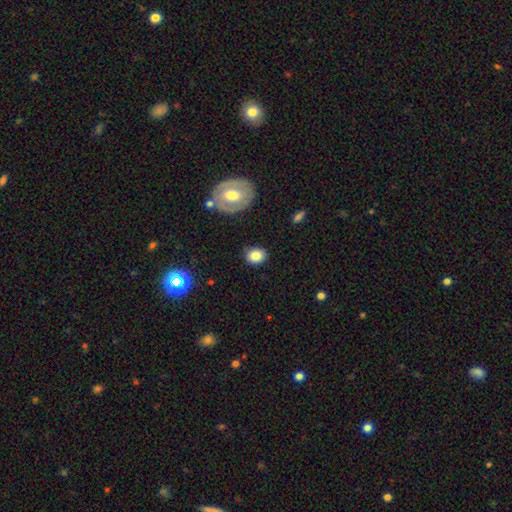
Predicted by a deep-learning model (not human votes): Smooth or featured?
  - smooth: 83% *
  - star or artifact: 9%
  - featured or disk: 9%
How rounded?
  - round: 54% *
  - in between: 45%
  - cigar-shaped: 1%
Merging?
  - none: 84% *
  - minor disturbance: 11%
  - major disturbance: 3%
  - merger: 2%